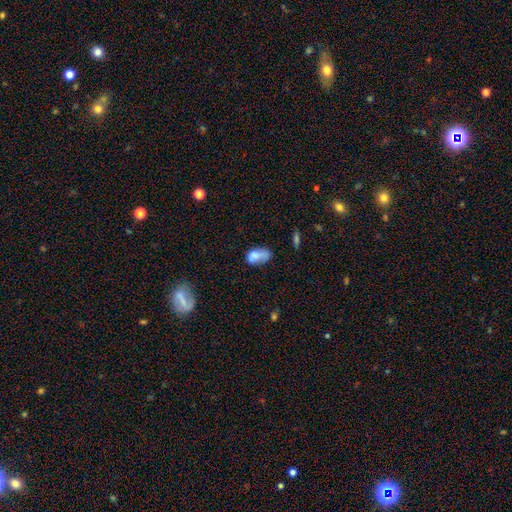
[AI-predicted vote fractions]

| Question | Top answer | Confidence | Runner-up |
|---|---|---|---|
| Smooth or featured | smooth | 72% | featured or disk (18%) |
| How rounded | in between | 89% | round (8%) |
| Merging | none | 35% | minor disturbance (30%) |